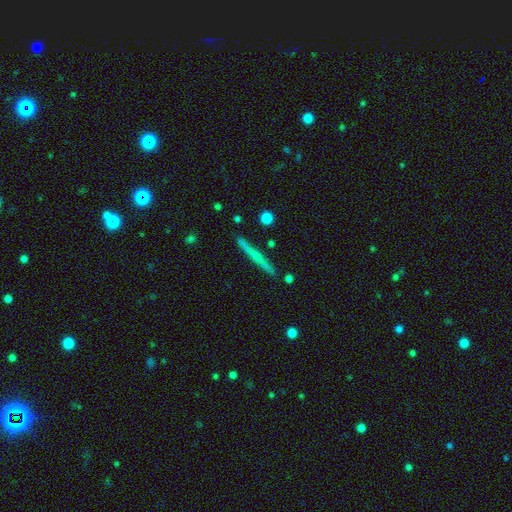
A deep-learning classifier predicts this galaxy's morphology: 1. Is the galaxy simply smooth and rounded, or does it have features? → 49% featured or disk, 45% smooth, 6% star or artifact.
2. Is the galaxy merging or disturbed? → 90% none, 6% minor disturbance, 2% merger, 1% major disturbance.